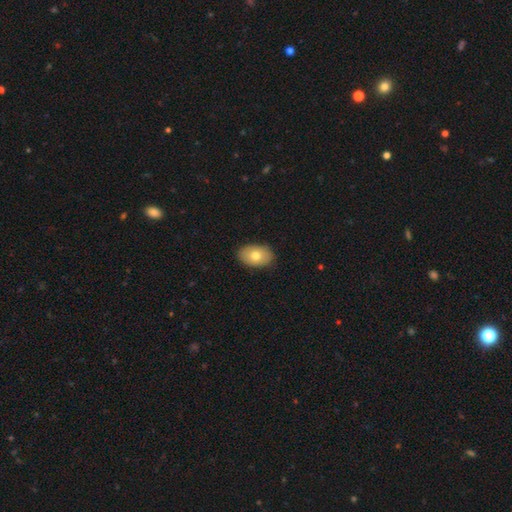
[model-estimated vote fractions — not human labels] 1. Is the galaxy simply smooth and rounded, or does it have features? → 76% smooth, 17% featured or disk, 7% star or artifact.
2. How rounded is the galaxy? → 89% in between, 10% round, 1% cigar-shaped.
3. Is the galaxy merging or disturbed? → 88% none, 9% minor disturbance, 2% major disturbance, 1% merger.